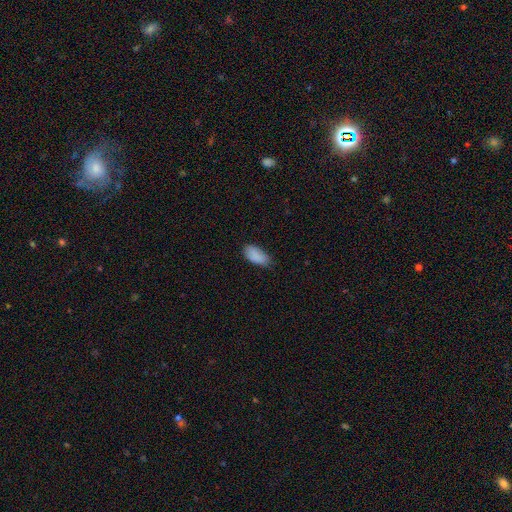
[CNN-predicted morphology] Q: Smooth or featured?
A: smooth (88%); runner-up: star or artifact (7%)
Q: How rounded?
A: in between (92%); runner-up: cigar-shaped (5%)
Q: Merging?
A: none (67%); runner-up: minor disturbance (27%)